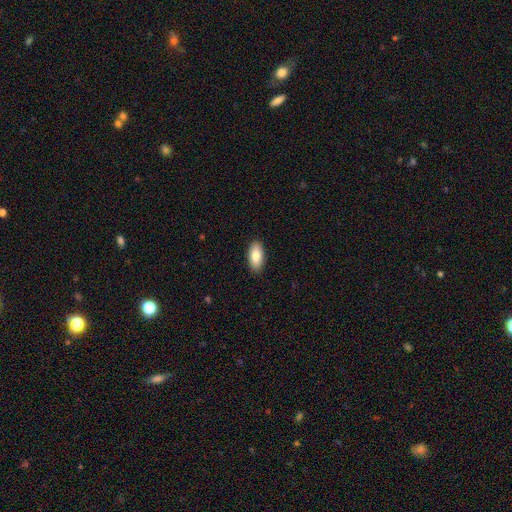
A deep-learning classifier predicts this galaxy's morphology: Smooth or featured?
  - smooth: 83% *
  - featured or disk: 10%
  - star or artifact: 6%
How rounded?
  - in between: 91% *
  - cigar-shaped: 7%
  - round: 2%
Merging?
  - none: 89% *
  - minor disturbance: 8%
  - major disturbance: 2%
  - merger: 1%